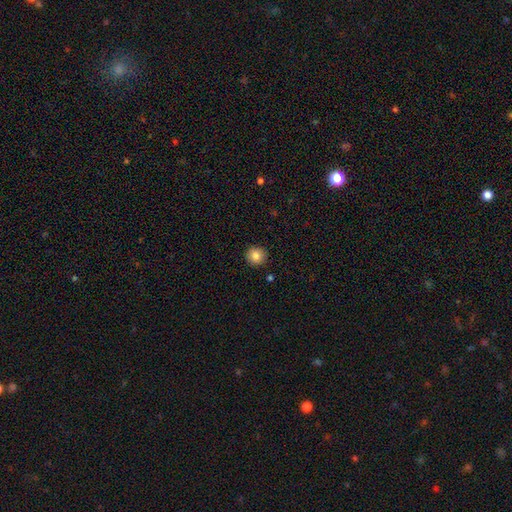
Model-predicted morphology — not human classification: smooth_or_featured: smooth (p=0.83) [alt: star or artifact p=0.09]
how_rounded: round (p=0.93) [alt: in between p=0.06]
merging: none (p=0.92) [alt: minor disturbance p=0.05]